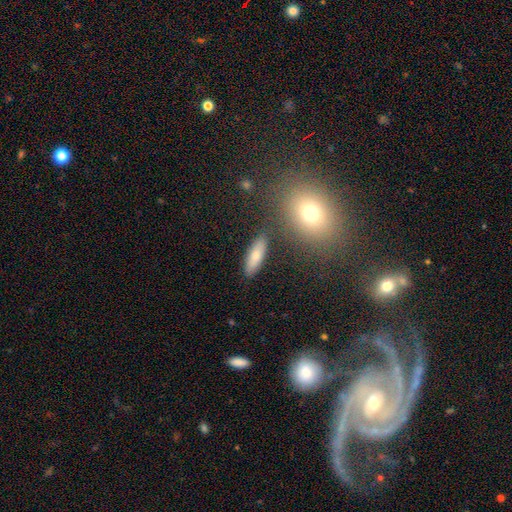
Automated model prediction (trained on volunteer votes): This appears to be a smooth galaxy with no disk features (75%) that is in between round and cigar-shaped (58%). Merging: none (83%).